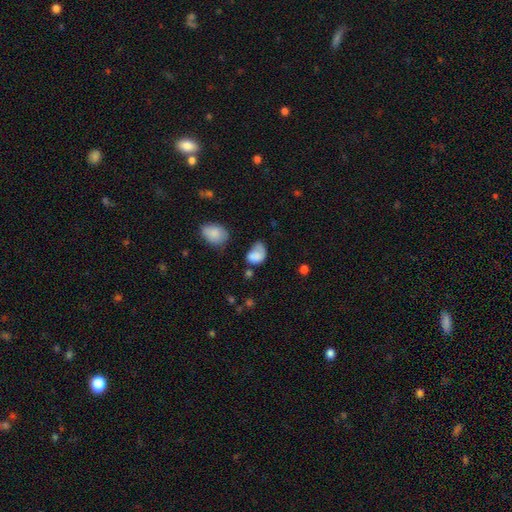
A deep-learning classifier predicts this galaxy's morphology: Smooth or featured?
  - smooth: 75% *
  - featured or disk: 16%
  - star or artifact: 9%
How rounded?
  - in between: 73% *
  - round: 26%
  - cigar-shaped: 1%
Merging?
  - minor disturbance: 33% *
  - none: 30%
  - major disturbance: 29%
  - merger: 8%